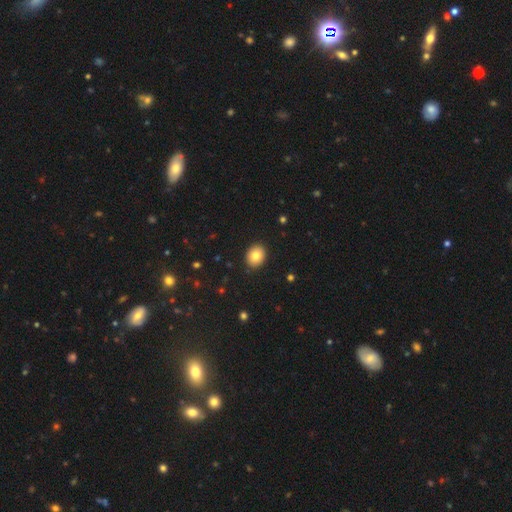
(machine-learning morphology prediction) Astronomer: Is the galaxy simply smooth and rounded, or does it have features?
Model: smooth — 81%.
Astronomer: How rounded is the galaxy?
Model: round — 55% (runner-up: in between, 45%).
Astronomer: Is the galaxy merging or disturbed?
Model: none — 91%.